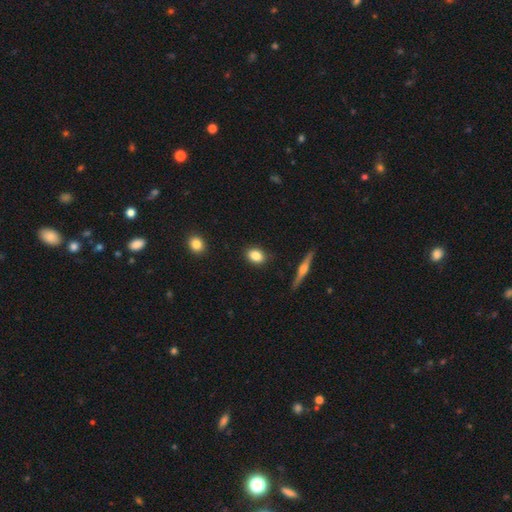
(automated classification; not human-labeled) This appears to be a smooth galaxy with no disk features (84%) that is in between round and cigar-shaped (65%). Merging: none (88%).